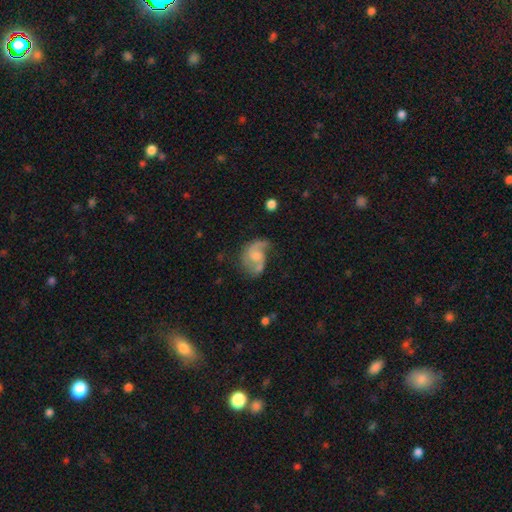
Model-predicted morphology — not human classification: The model was most divided on "bulge size": moderate: 37%, small: 35%, none: 20%, large: 7%, dominant: 2%. Remaining: edge-on disk — no (98%); spiral arms — yes (91%); spiral arm count — 2 (77%); smooth or featured — featured or disk (76%); bar — no (58%); merging — none (45%); spiral winding — medium (45%).